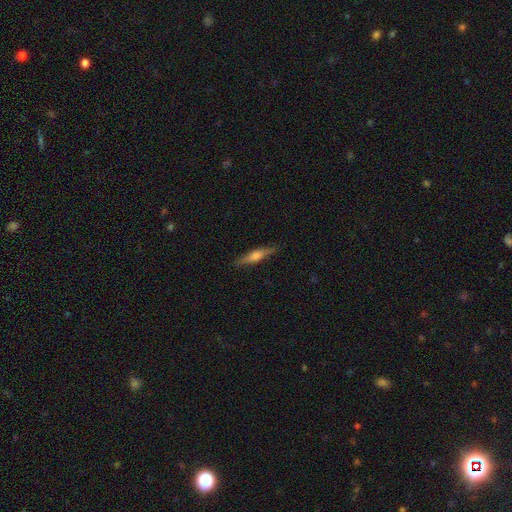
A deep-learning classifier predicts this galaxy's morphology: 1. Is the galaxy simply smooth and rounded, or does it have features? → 65% featured or disk, 29% smooth, 6% star or artifact.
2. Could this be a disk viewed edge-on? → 97% yes, 3% no.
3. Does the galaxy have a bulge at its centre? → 83% rounded, 11% boxy, 5% none.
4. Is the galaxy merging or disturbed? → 89% none, 8% minor disturbance, 2% major disturbance, 1% merger.